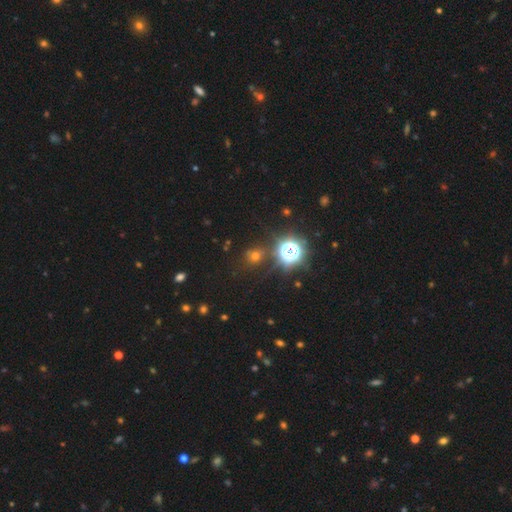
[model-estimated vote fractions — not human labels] Overall: star or artifact (48%; smooth 43%).